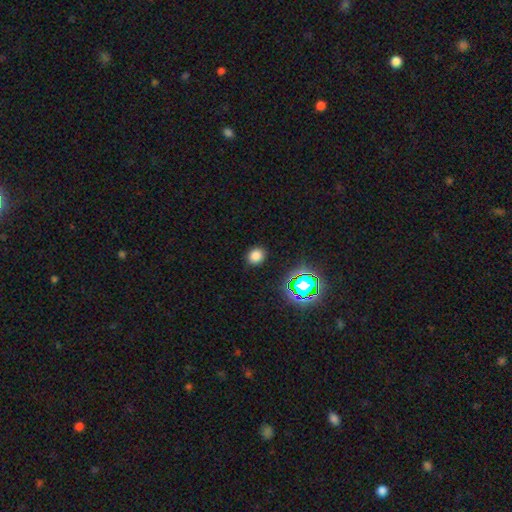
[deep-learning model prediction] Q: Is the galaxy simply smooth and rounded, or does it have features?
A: smooth — 76%.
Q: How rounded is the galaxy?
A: round — 65%.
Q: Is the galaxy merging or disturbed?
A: none — 88%.